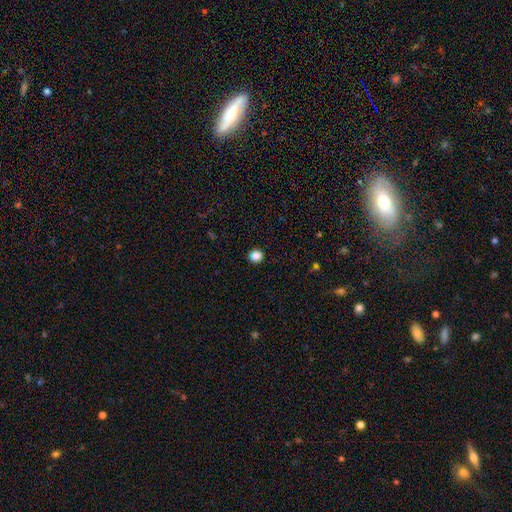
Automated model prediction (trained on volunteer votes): A smooth galaxy with no disk features (86%) that is round (83%).

Vote fractions:
- Smooth or featured? smooth: 86% / star or artifact: 11% / featured or disk: 3%
- How rounded? round: 83% / in between: 16% / cigar-shaped: 1%
- Merging? none: 92% / minor disturbance: 5% / major disturbance: 2% / merger: 1%